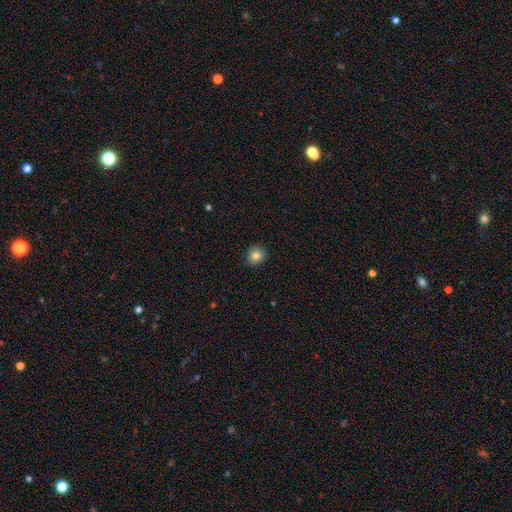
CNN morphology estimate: Q: Smooth or featured?
A: smooth (83%); runner-up: star or artifact (10%)
Q: How rounded?
A: round (88%); runner-up: in between (11%)
Q: Merging?
A: none (90%); runner-up: minor disturbance (7%)